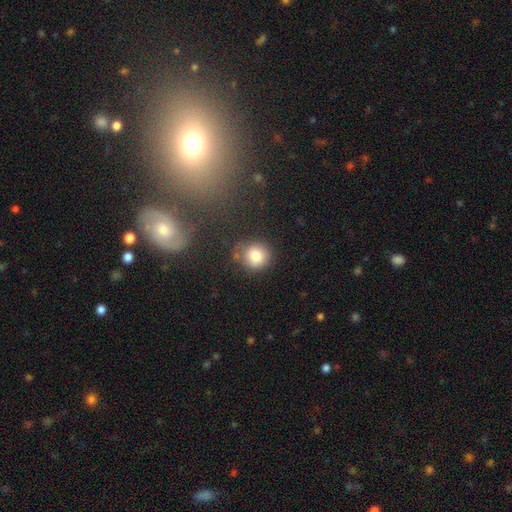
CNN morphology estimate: Smooth or featured: smooth — 79% (star or artifact — 11%)
How rounded: round — 90% (in between — 9%)
Merging: none — 79% (minor disturbance — 13%)